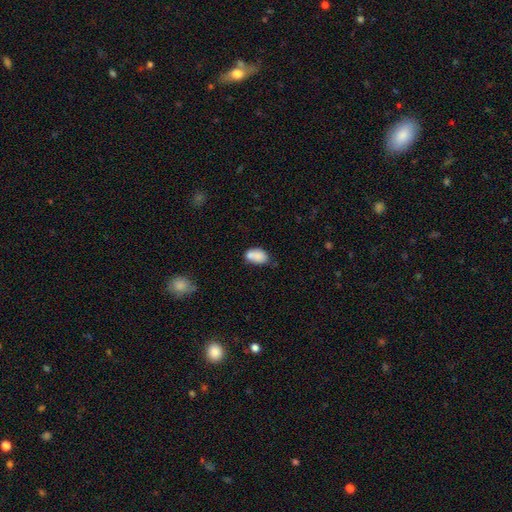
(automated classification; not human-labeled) smooth 80%, featured or disk 11%, star or artifact 9%. Down the decision tree: how rounded — in between (88%); merging — none (43%).